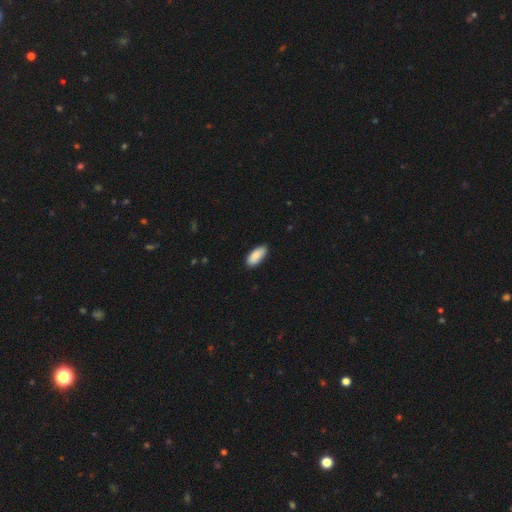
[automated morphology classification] Smooth or featured? smooth (86%)
How rounded? in between (89%)
Merging? none (81%)